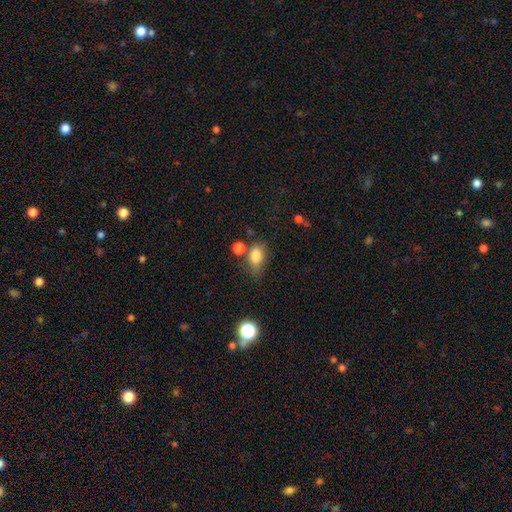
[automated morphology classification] The model was most divided on "merging": none: 49%, minor disturbance: 27%, merger: 14%, major disturbance: 10%. More confident: smooth or featured — smooth (80%); how rounded — in between (79%).